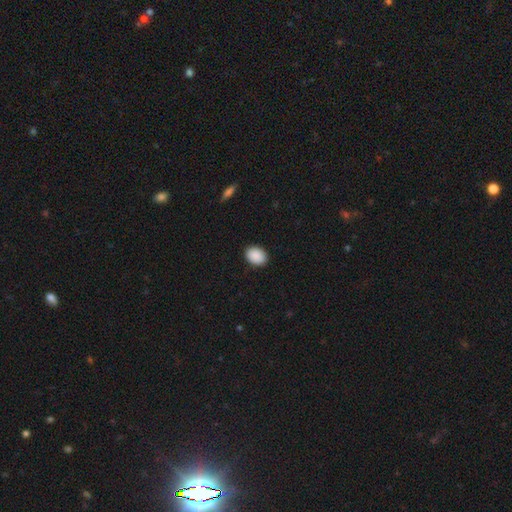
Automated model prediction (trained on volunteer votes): A smooth galaxy with no disk features (91%) that is in between round and cigar-shaped (75%).

Vote fractions:
- Smooth or featured? smooth: 91% / star or artifact: 7% / featured or disk: 2%
- How rounded? in between: 75% / round: 24% / cigar-shaped: 1%
- Merging? none: 90% / minor disturbance: 7% / major disturbance: 2% / merger: 1%